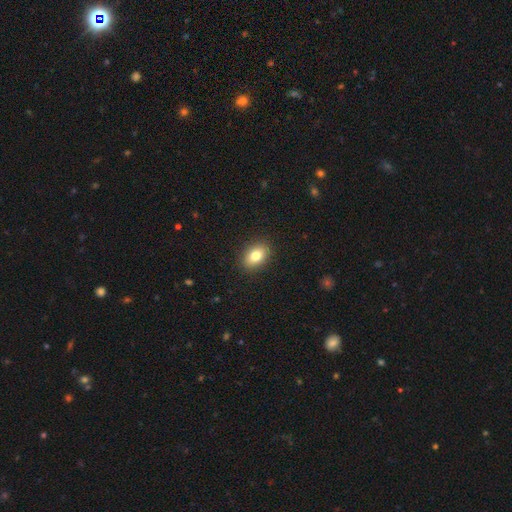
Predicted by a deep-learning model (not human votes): Smooth or featured?
  - smooth: 81% *
  - featured or disk: 11%
  - star or artifact: 9%
How rounded?
  - in between: 83% *
  - round: 15%
  - cigar-shaped: 2%
Merging?
  - none: 90% *
  - minor disturbance: 7%
  - major disturbance: 2%
  - merger: 1%